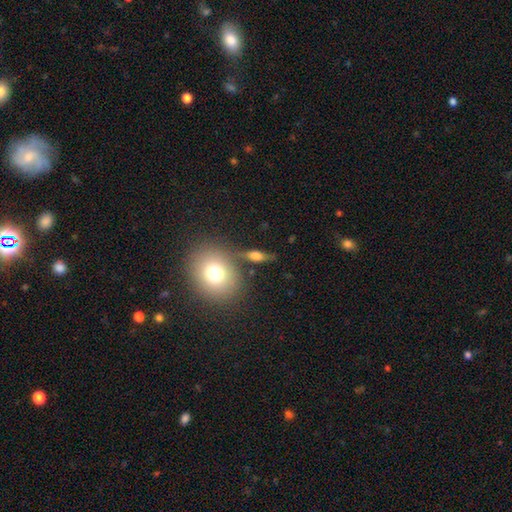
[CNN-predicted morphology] Q: Smooth or featured?
A: smooth (53%); runner-up: featured or disk (35%)
Q: How rounded?
A: in between (54%); runner-up: cigar-shaped (26%)
Q: Merging?
A: none (67%); runner-up: minor disturbance (14%)